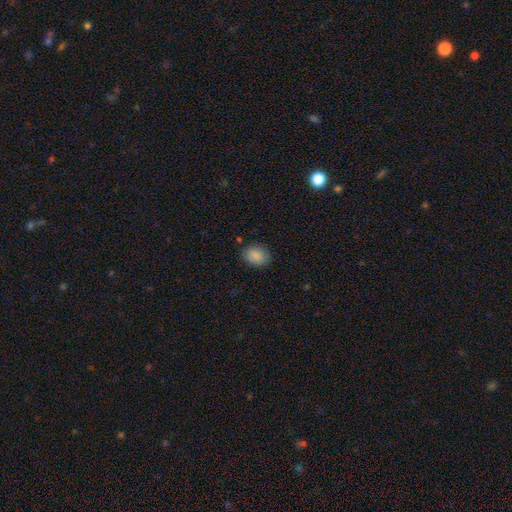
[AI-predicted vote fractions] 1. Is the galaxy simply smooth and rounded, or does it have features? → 88% smooth, 8% star or artifact, 4% featured or disk.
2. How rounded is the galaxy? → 61% in between, 38% round, 1% cigar-shaped.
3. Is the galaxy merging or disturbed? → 83% none, 12% minor disturbance, 3% major disturbance, 1% merger.